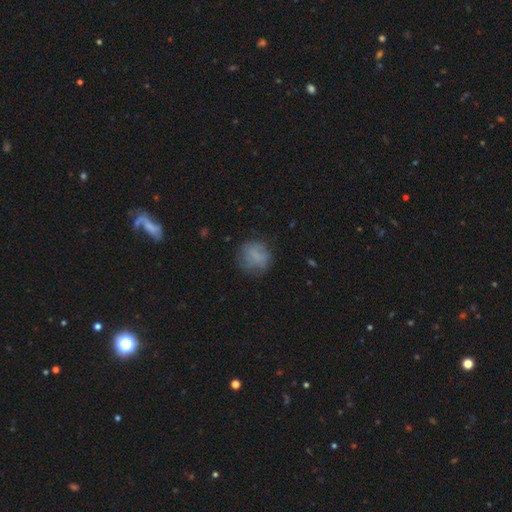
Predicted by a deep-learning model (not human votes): Smooth or featured: smooth — 75% (featured or disk — 15%)
How rounded: round — 80% (in between — 19%)
Merging: none — 68% (minor disturbance — 21%)